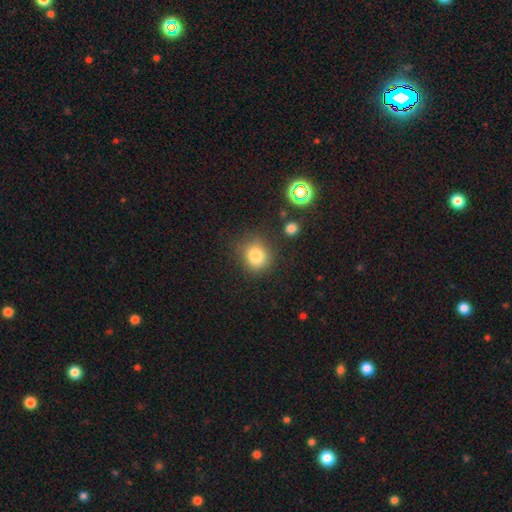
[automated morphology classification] Q: Smooth or featured?
A: smooth (82%); runner-up: star or artifact (12%)
Q: How rounded?
A: round (78%); runner-up: in between (21%)
Q: Merging?
A: none (78%); runner-up: minor disturbance (14%)